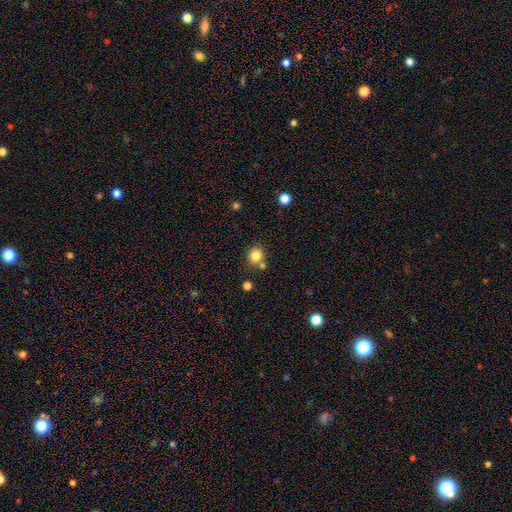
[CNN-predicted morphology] smooth-or-featured: smooth: 82% | star or artifact: 12% | featured or disk: 6%
  how-rounded: round: 82% | in between: 17% | cigar-shaped: 1%
  merging: none: 70% | merger: 17% | minor disturbance: 10% | major disturbance: 3%